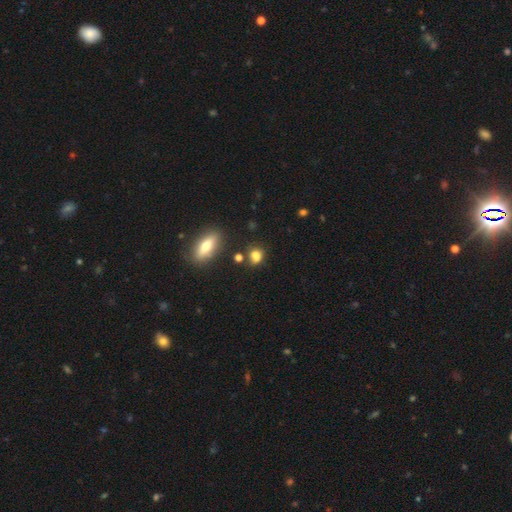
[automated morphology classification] type=smooth (78%); roundness=round (57%); merging=none (62%).